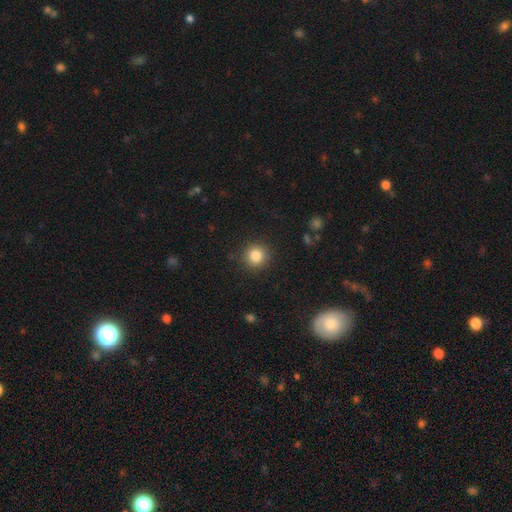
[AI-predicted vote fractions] A smooth galaxy with no disk features (84%) that is round (92%). Merging: none (90%).